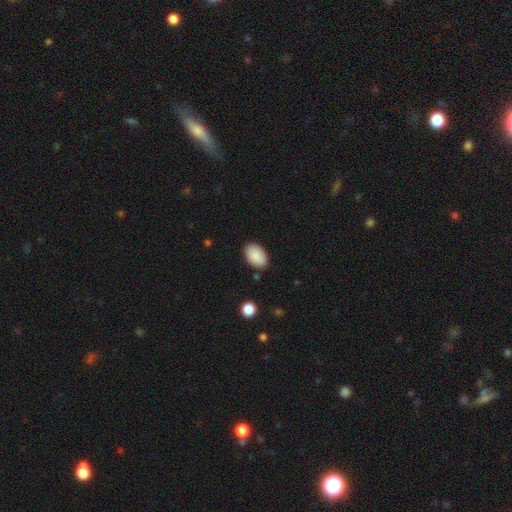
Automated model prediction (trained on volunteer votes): Q: Smooth or featured?
A: smooth (89%); runner-up: star or artifact (7%)
Q: How rounded?
A: in between (91%); runner-up: round (8%)
Q: Merging?
A: none (87%); runner-up: minor disturbance (9%)